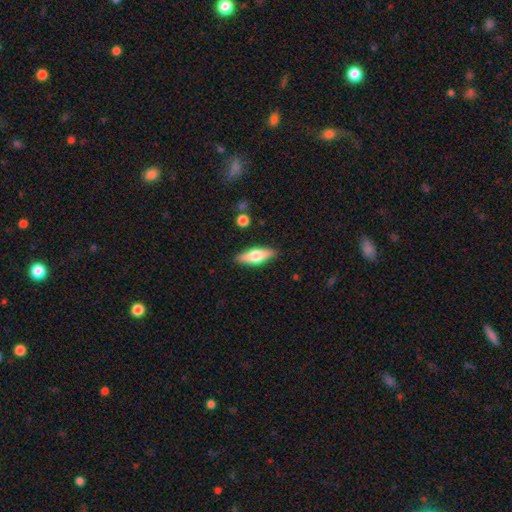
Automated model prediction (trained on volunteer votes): smooth_or_featured: smooth (p=0.58) [alt: featured or disk p=0.36]
how_rounded: in between (p=0.59) [alt: cigar-shaped p=0.38]
merging: none (p=0.87) [alt: minor disturbance p=0.09]